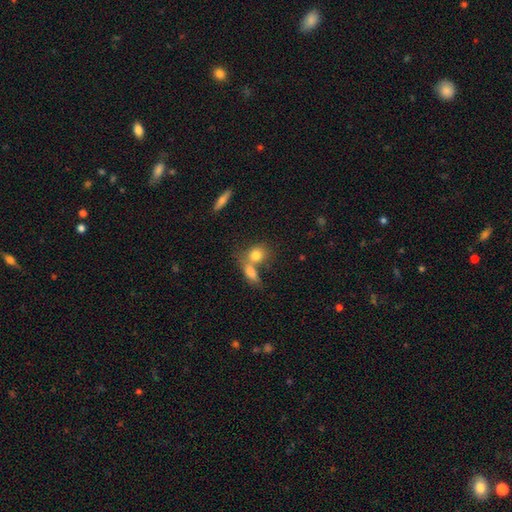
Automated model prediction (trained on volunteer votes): smooth-or-featured: smooth: 79% | featured or disk: 12% | star or artifact: 9%
  how-rounded: round: 51% | in between: 45% | cigar-shaped: 4%
  merging: merger: 51% | none: 35% | minor disturbance: 9% | major disturbance: 5%